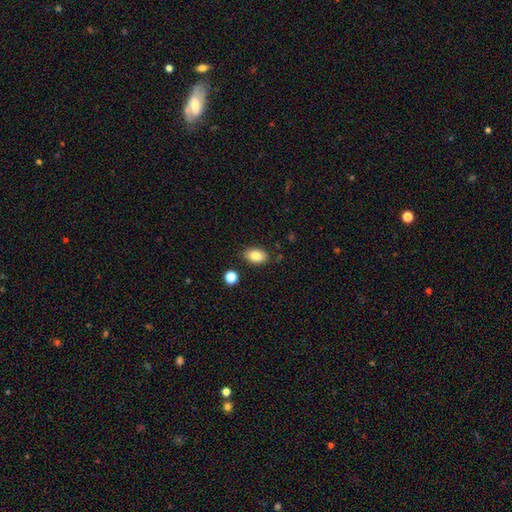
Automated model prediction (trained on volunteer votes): This is clearly a smooth galaxy (82%). How rounded: clearly in between (89%). Merging: clearly none (83%).